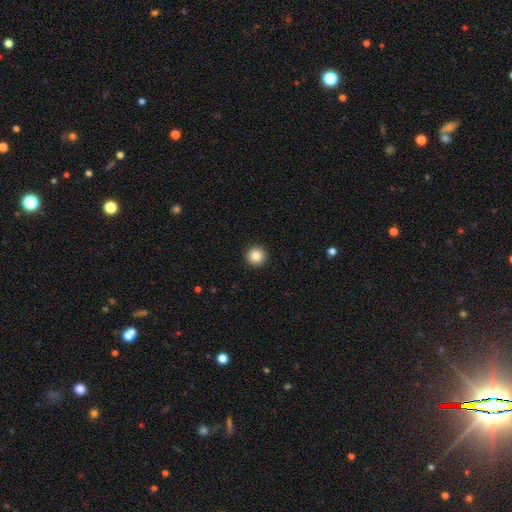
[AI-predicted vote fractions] Smooth or featured? Predicted: smooth (p=0.85). How rounded? Predicted: round (p=0.96). Merging? Predicted: none (p=0.94).